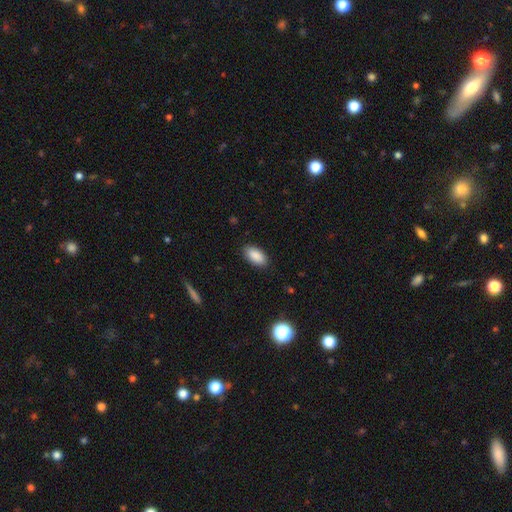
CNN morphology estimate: A smooth galaxy with no disk features (89%) that is in between round and cigar-shaped (94%).

Vote fractions:
- Smooth or featured? smooth: 89% / star or artifact: 7% / featured or disk: 4%
- How rounded? in between: 94% / round: 3% / cigar-shaped: 3%
- Merging? none: 88% / minor disturbance: 9% / major disturbance: 2% / merger: 1%